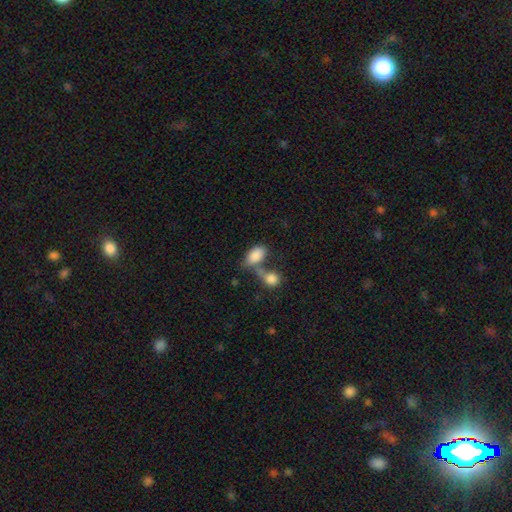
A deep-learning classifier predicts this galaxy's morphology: Smooth or featured: smooth — 85% (star or artifact — 8%)
How rounded: in between — 92% (round — 6%)
Merging: merger — 48% (none — 33%)